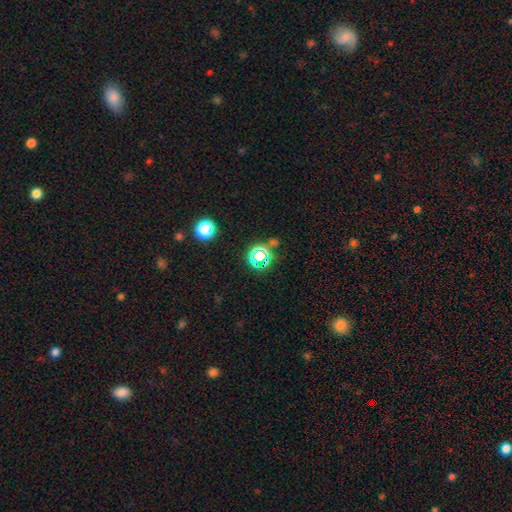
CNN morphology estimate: smooth-or-featured: star or artifact: 66% | smooth: 26% | featured or disk: 7%